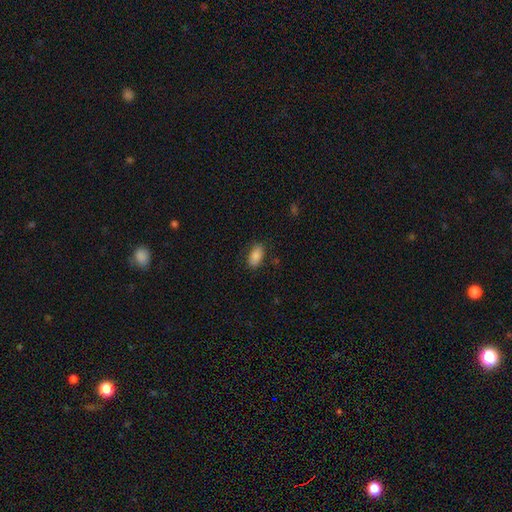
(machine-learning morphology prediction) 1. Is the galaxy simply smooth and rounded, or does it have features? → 86% smooth, 8% star or artifact, 6% featured or disk.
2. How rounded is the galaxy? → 92% in between, 5% cigar-shaped, 4% round.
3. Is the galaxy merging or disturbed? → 83% none, 13% minor disturbance, 3% major disturbance, 1% merger.